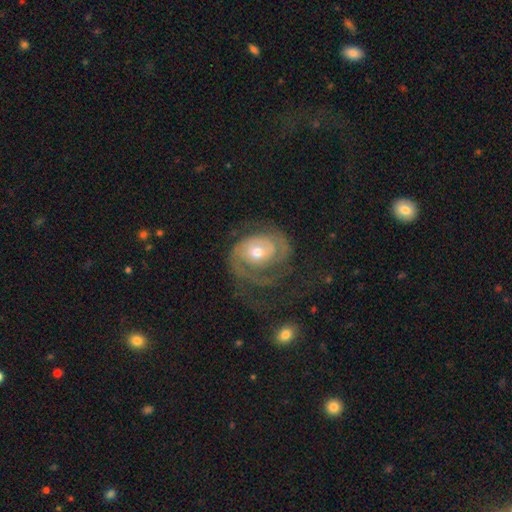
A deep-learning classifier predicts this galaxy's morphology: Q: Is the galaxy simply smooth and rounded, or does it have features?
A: featured or disk — 84%.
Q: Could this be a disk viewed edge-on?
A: no — 97%.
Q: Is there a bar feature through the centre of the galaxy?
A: no — 71%.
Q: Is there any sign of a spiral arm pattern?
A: yes — 93%.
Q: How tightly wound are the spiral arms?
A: tight — 55%.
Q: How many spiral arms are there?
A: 2 — 46%.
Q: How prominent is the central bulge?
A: moderate — 61%.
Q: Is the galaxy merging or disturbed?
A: none — 52%.